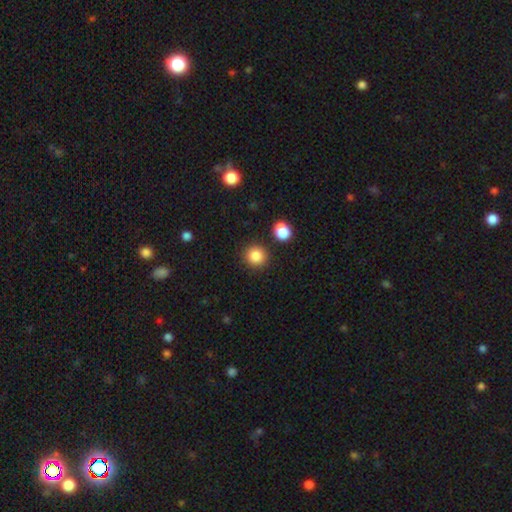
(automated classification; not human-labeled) The model was most divided on "smooth or featured": smooth: 85%, star or artifact: 10%, featured or disk: 4%. More confident: how rounded — round (91%); merging — none (86%).